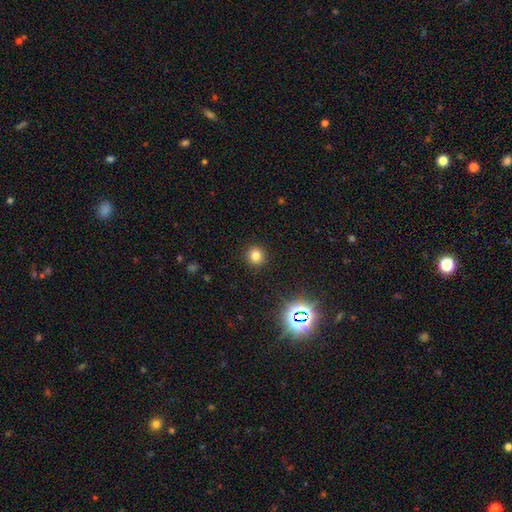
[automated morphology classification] Smooth or featured?
  - smooth: 78% *
  - star or artifact: 16%
  - featured or disk: 6%
How rounded?
  - round: 91% *
  - in between: 8%
  - cigar-shaped: 1%
Merging?
  - none: 92% *
  - minor disturbance: 5%
  - major disturbance: 2%
  - merger: 1%